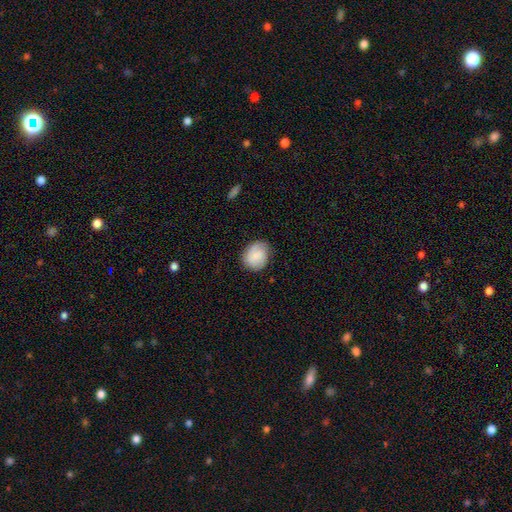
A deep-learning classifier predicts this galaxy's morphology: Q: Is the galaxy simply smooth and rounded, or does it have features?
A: smooth — 73%.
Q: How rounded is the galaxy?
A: round — 60%.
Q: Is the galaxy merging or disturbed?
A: none — 72%.